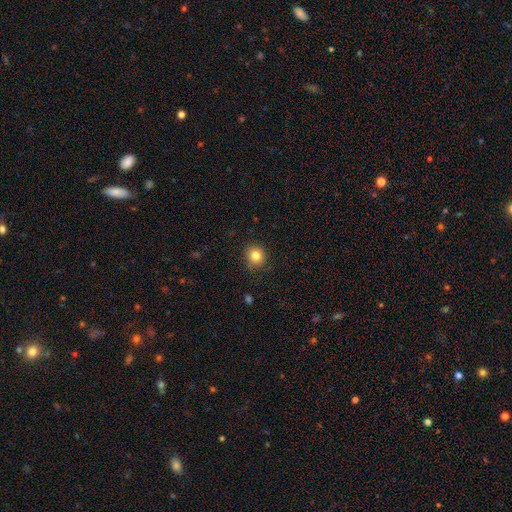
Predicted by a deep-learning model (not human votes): smooth 83%, star or artifact 11%, featured or disk 6%. Down the decision tree: how rounded — round (88%); merging — none (85%).